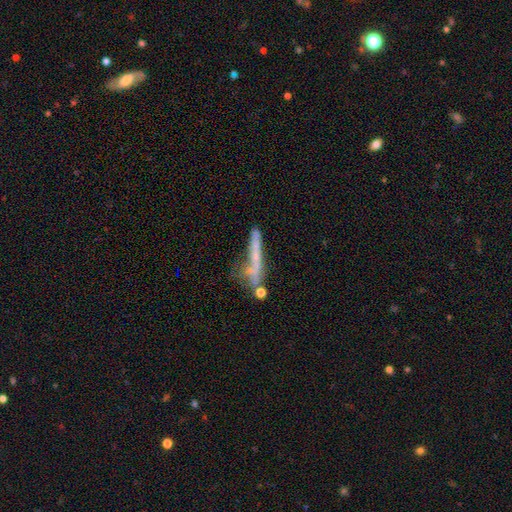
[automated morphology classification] This appears to be a featured or disk galaxy (51%) viewed edge-on (56%). Merging: none (32%).